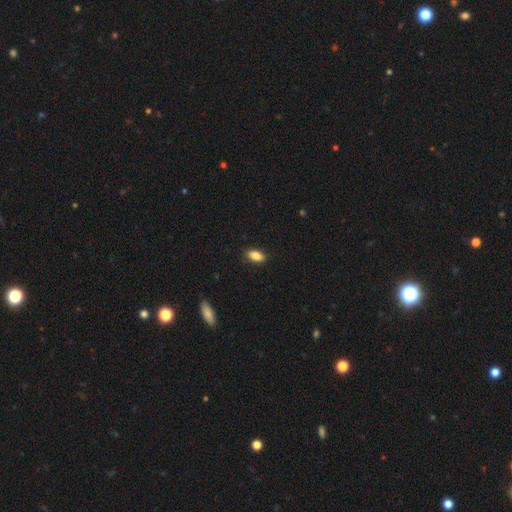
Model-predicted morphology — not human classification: Smooth or featured? Predicted: smooth (p=0.87). How rounded? Predicted: in between (p=0.89). Merging? Predicted: none (p=0.85).